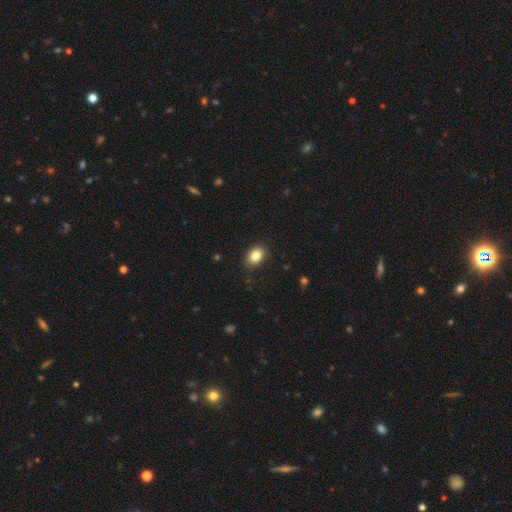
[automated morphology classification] This appears to be a smooth galaxy with no disk features (85%) that is in between round and cigar-shaped (76%). Merging: none (87%).